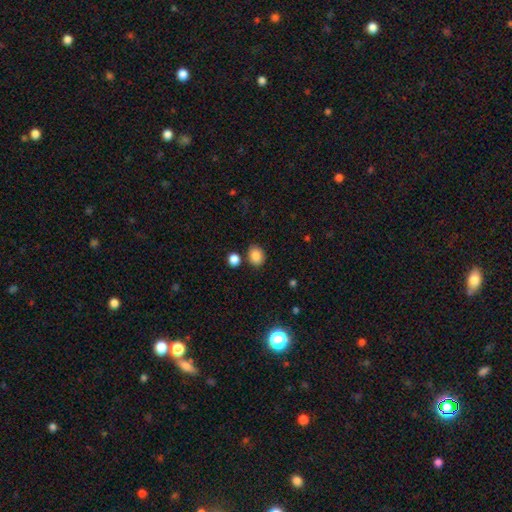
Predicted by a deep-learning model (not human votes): Overall: smooth (86%). How rounded: in between (51%; round 48%). Merging: none (79%).